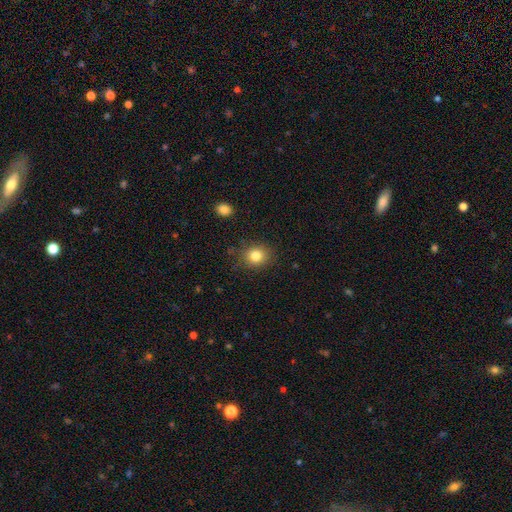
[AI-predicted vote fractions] smooth-or-featured: smooth: 83% | star or artifact: 11% | featured or disk: 7%
  how-rounded: round: 75% | in between: 24% | cigar-shaped: 1%
  merging: none: 84% | minor disturbance: 11% | major disturbance: 3% | merger: 2%